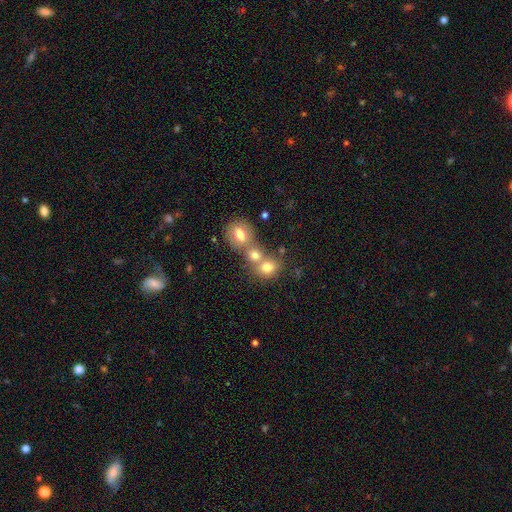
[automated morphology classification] Smooth or featured? smooth (55%)
How rounded? round (79%)
Merging? merger (52%)